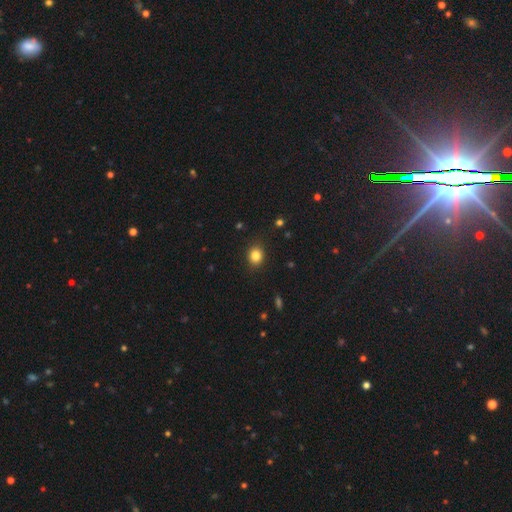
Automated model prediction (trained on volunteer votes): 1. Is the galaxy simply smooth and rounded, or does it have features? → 83% smooth, 11% star or artifact, 6% featured or disk.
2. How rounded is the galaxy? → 69% round, 31% in between, 1% cigar-shaped.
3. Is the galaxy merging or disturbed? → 87% none, 9% minor disturbance, 3% major disturbance, 1% merger.